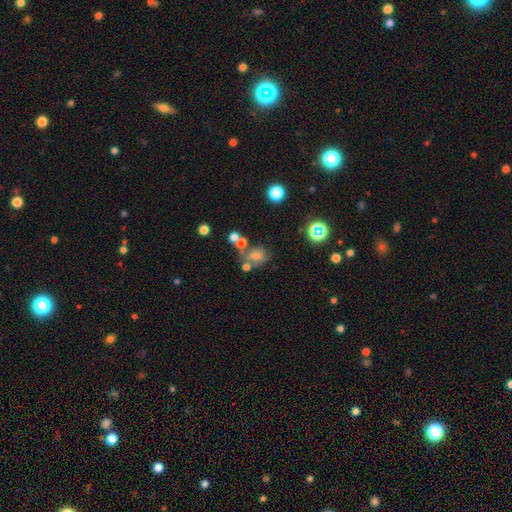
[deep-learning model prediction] This appears to be a smooth galaxy with no disk features (61%) that is in between round and cigar-shaped (53%). Merging: none (40%).